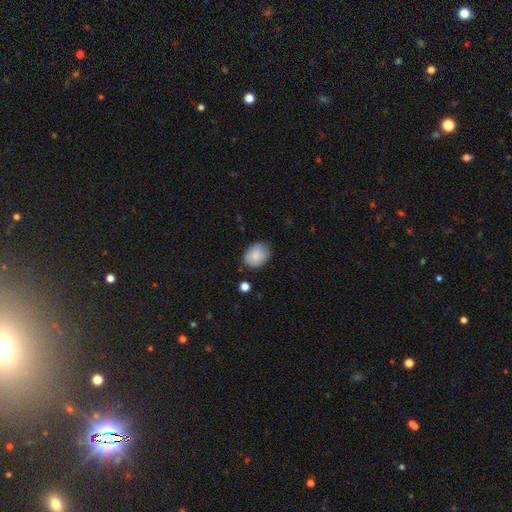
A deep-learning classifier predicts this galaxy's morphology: smooth-or-featured: smooth: 86% | star or artifact: 7% | featured or disk: 7%
  how-rounded: in between: 53% | round: 46% | cigar-shaped: 1%
  merging: none: 80% | minor disturbance: 15% | major disturbance: 3% | merger: 2%